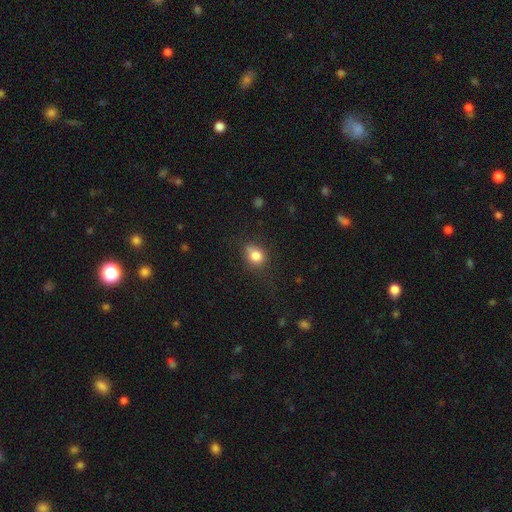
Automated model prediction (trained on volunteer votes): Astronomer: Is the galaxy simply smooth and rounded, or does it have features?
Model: smooth — 81%.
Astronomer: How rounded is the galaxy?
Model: round — 62%.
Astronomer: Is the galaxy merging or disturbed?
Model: none — 63%.